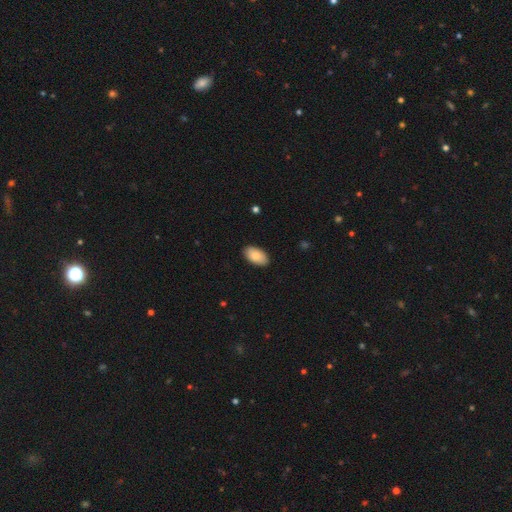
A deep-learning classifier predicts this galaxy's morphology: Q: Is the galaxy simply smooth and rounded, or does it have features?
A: smooth — 84%.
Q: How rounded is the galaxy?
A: in between — 95%.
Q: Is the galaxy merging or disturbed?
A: none — 88%.